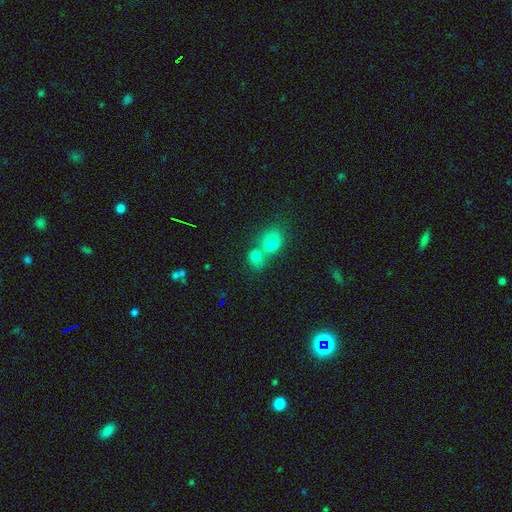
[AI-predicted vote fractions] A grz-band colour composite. It shows a smooth galaxy with no disk features (75%) that is round (64%). Merging: merger (62%).